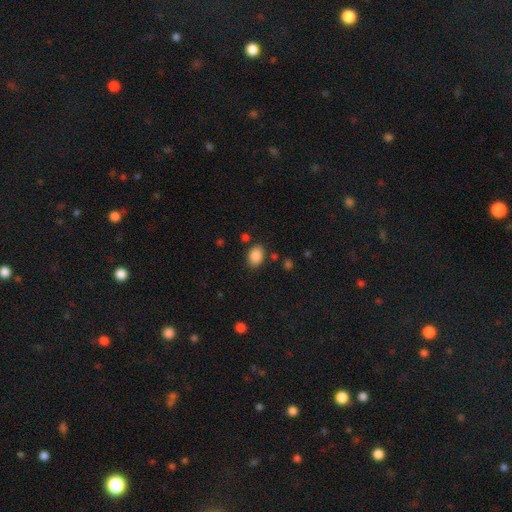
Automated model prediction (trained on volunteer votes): This appears to be a smooth galaxy with no disk features (88%) that is in between round and cigar-shaped (77%). Merging: none (82%).